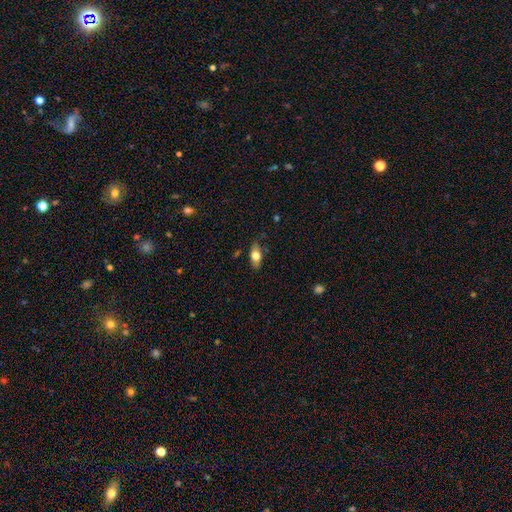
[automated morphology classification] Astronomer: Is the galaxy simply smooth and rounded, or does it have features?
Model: smooth — 70%.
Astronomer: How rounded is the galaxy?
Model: in between — 85%.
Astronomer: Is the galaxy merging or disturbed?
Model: none — 80%.